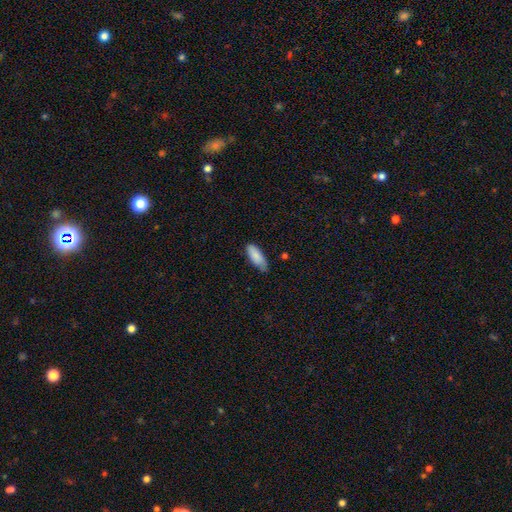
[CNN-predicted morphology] Smooth or featured?
  - smooth: 85% *
  - featured or disk: 9%
  - star or artifact: 6%
How rounded?
  - in between: 79% *
  - cigar-shaped: 20%
  - round: 2%
Merging?
  - none: 66% *
  - minor disturbance: 29%
  - major disturbance: 4%
  - merger: 2%